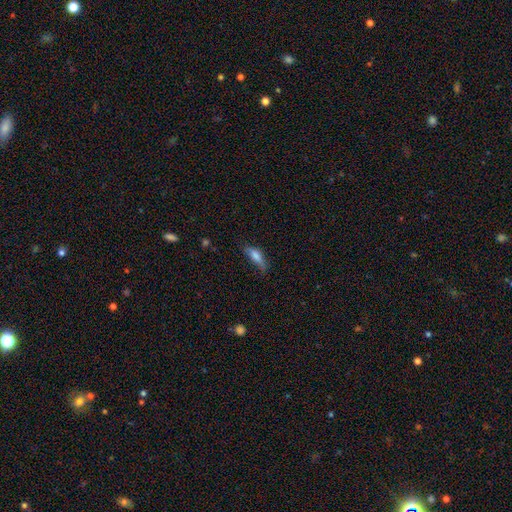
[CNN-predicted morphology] A smooth galaxy with no disk features (73%) that is in between round and cigar-shaped (59%).

Vote fractions:
- Smooth or featured? smooth: 73% / featured or disk: 19% / star or artifact: 8%
- How rounded? in between: 59% / cigar-shaped: 38% / round: 3%
- Merging? none: 47% / minor disturbance: 35% / major disturbance: 15% / merger: 2%